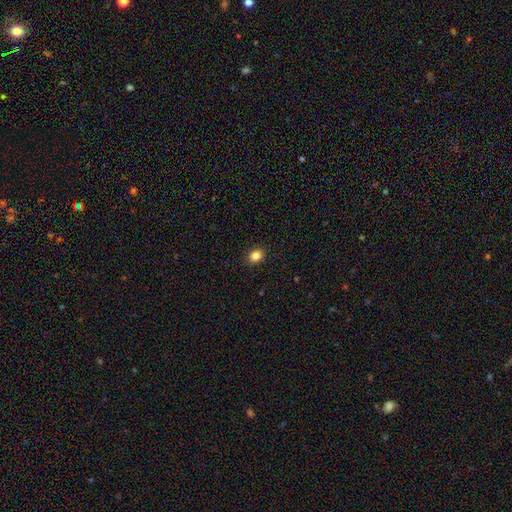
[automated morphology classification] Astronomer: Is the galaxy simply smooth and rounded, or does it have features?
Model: smooth — 85%.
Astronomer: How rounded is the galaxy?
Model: in between — 52% (runner-up: round, 47%).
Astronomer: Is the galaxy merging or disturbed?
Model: none — 90%.